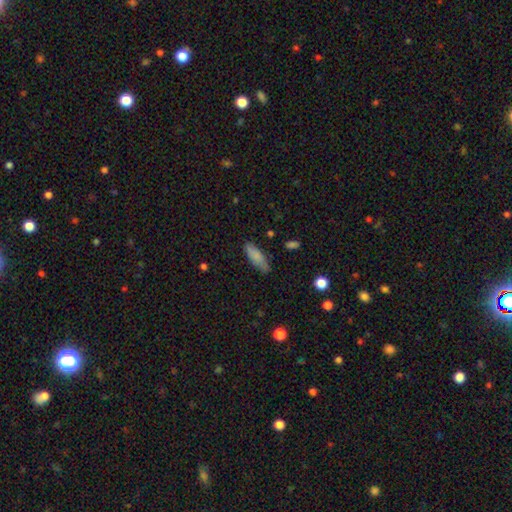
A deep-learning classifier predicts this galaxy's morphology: A smooth galaxy with no disk features (83%) that is in between round and cigar-shaped (59%). Merging: none (78%).